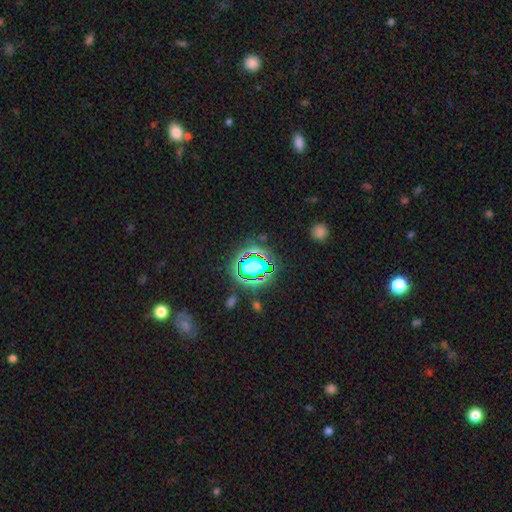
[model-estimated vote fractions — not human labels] Overall: star or artifact (58%; smooth 29%).